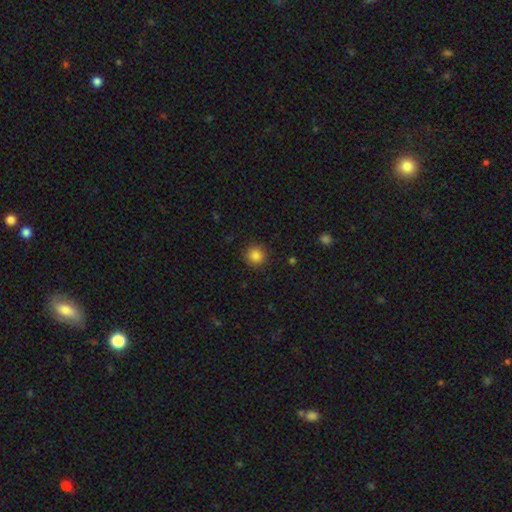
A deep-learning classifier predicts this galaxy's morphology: smooth-or-featured: smooth: 85% | star or artifact: 11% | featured or disk: 4%
  how-rounded: round: 94% | in between: 5% | cigar-shaped: 1%
  merging: none: 90% | minor disturbance: 6% | major disturbance: 2% | merger: 1%